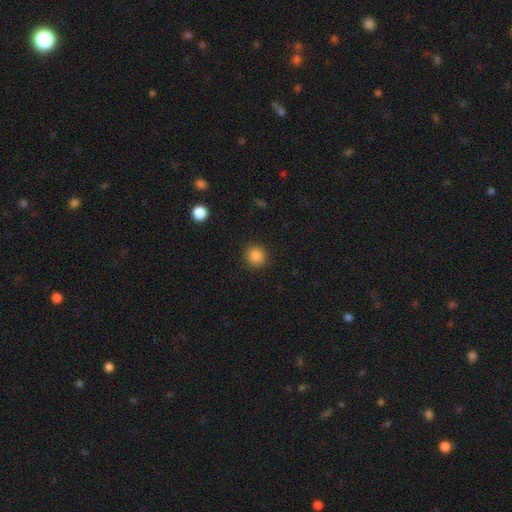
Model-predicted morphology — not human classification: A smooth galaxy with no disk features (86%) that is round (92%).

Vote fractions:
- Smooth or featured? smooth: 86% / star or artifact: 10% / featured or disk: 3%
- How rounded? round: 92% / in between: 7% / cigar-shaped: 1%
- Merging? none: 91% / minor disturbance: 6% / major disturbance: 2% / merger: 1%